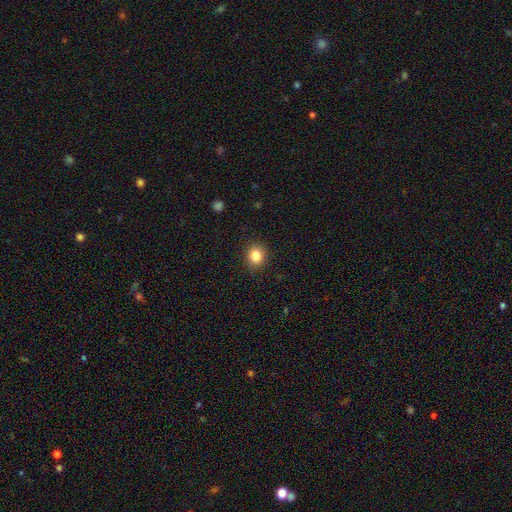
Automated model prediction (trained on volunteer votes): This appears to be a smooth galaxy with no disk features (84%) that is round (75%). Merging: none (89%).